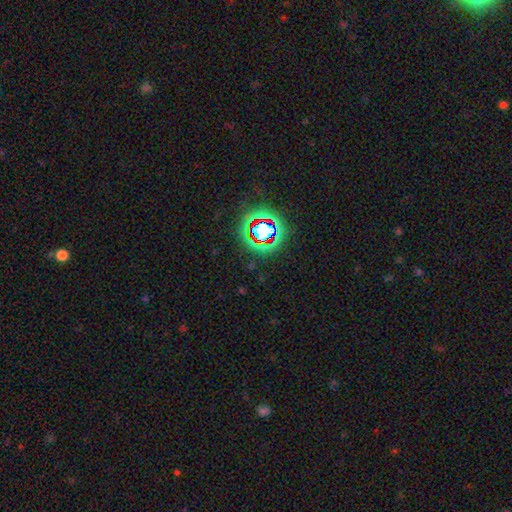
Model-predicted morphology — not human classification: This is likely a star or artifact rather than a galaxy (79%).